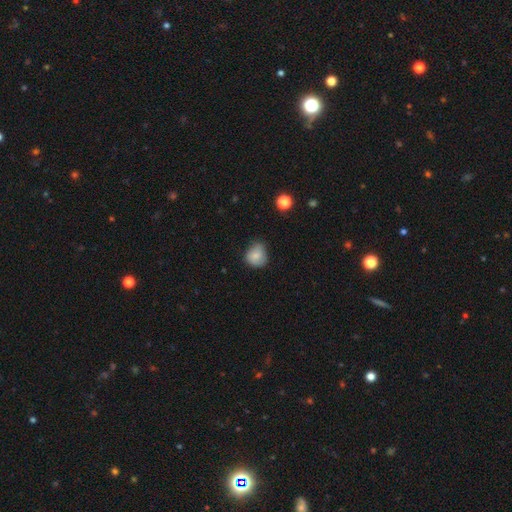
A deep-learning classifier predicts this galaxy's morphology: smooth-or-featured: smooth: 80% | featured or disk: 11% | star or artifact: 9%
  how-rounded: round: 70% | in between: 29% | cigar-shaped: 1%
  merging: none: 57% | minor disturbance: 35% | major disturbance: 7% | merger: 2%